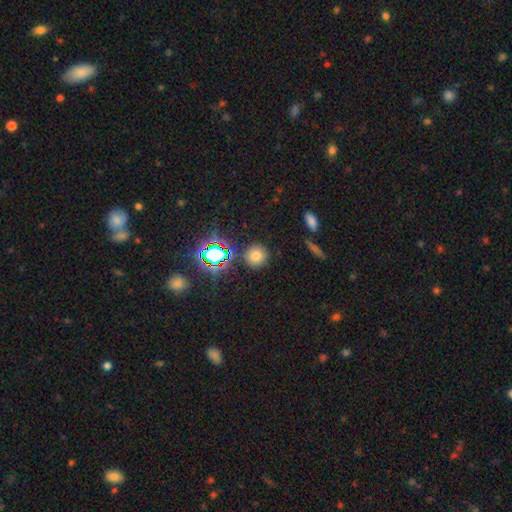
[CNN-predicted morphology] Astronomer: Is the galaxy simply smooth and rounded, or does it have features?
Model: smooth — 71%.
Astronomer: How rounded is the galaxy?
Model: round — 93%.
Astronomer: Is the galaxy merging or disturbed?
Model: none — 87%.